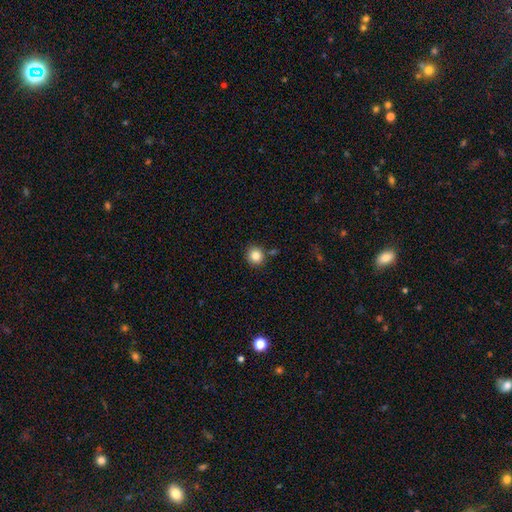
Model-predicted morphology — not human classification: Smooth or featured? smooth (84%)
How rounded? round (91%)
Merging? none (85%)